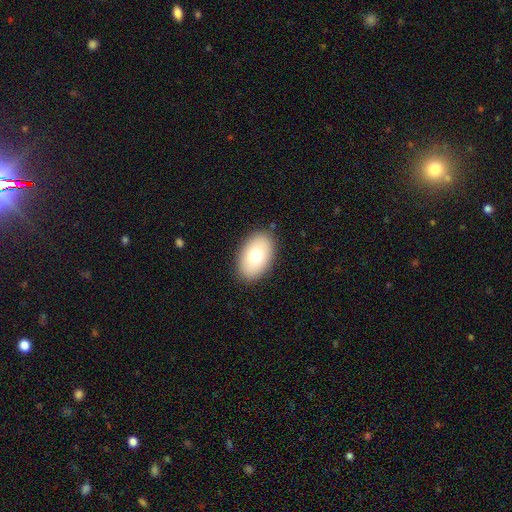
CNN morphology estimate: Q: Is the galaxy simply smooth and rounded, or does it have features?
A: smooth — 73%.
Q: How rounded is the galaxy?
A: in between — 90%.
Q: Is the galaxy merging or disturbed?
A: none — 88%.